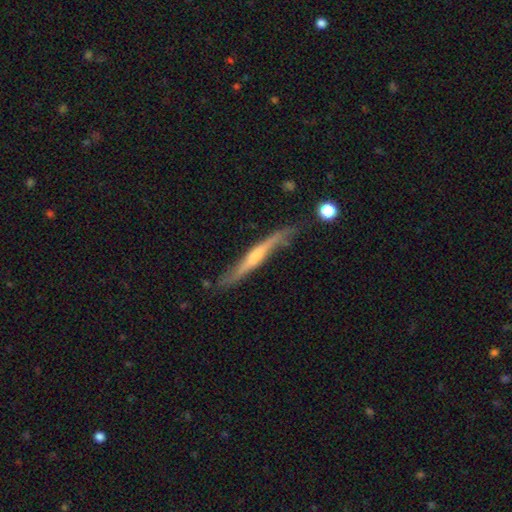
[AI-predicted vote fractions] Smooth or featured?
  - featured or disk: 65% *
  - smooth: 30%
  - star or artifact: 5%
Edge-on disk?
  - yes: 88% *
  - no: 12%
Edge-on bulge?
  - rounded: 51% *
  - none: 33%
  - boxy: 15%
Merging?
  - none: 65% *
  - minor disturbance: 24%
  - major disturbance: 7%
  - merger: 4%